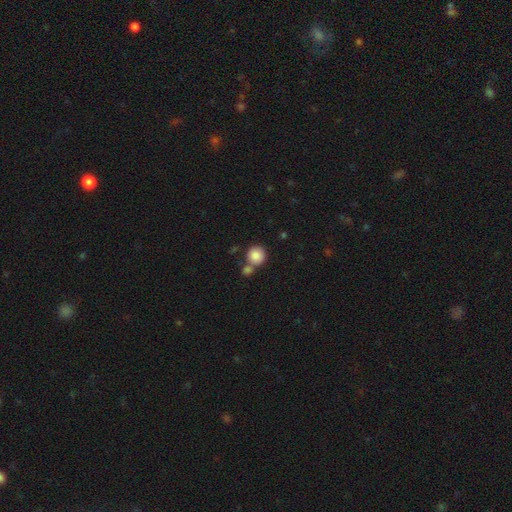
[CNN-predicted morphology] Overall: smooth (86%). How rounded: round (92%). Merging: none (57%; merger 31%).